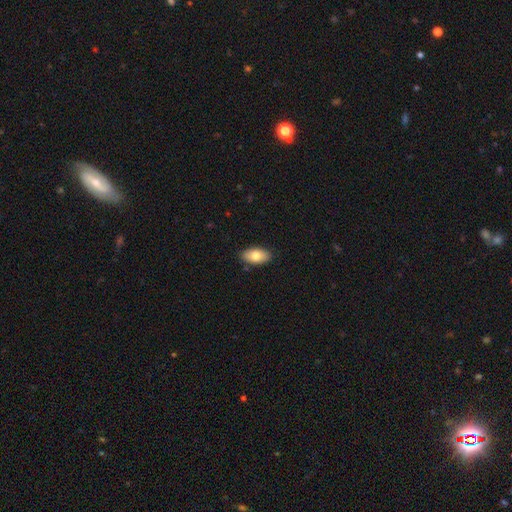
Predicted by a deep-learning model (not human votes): Smooth or featured?
  - smooth: 77% *
  - featured or disk: 16%
  - star or artifact: 7%
How rounded?
  - in between: 94% *
  - round: 4%
  - cigar-shaped: 3%
Merging?
  - none: 87% *
  - minor disturbance: 10%
  - major disturbance: 2%
  - merger: 1%